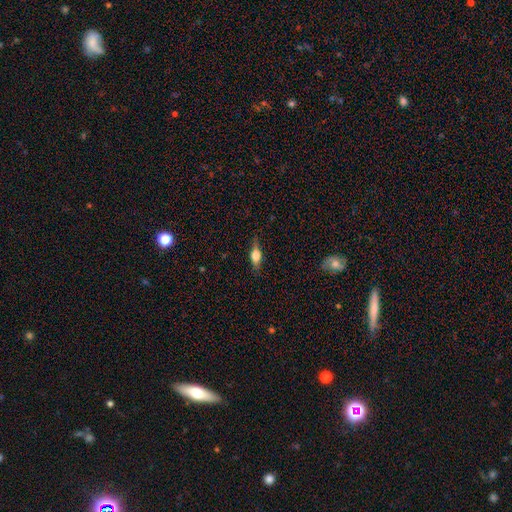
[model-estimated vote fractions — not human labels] This appears to be a smooth galaxy with no disk features (49%). Merging: none (81%).